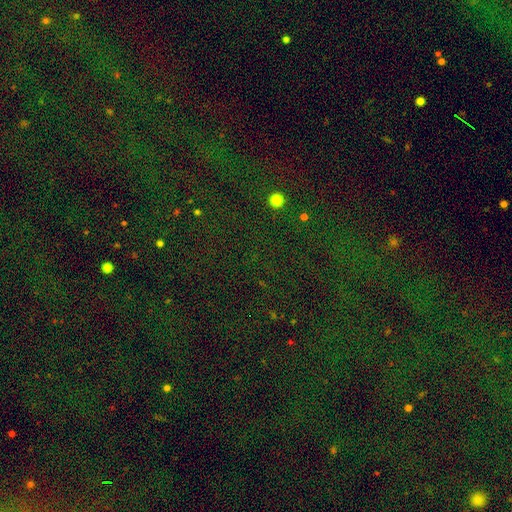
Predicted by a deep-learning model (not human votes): Smooth or featured? Predicted: star or artifact (p=0.80).